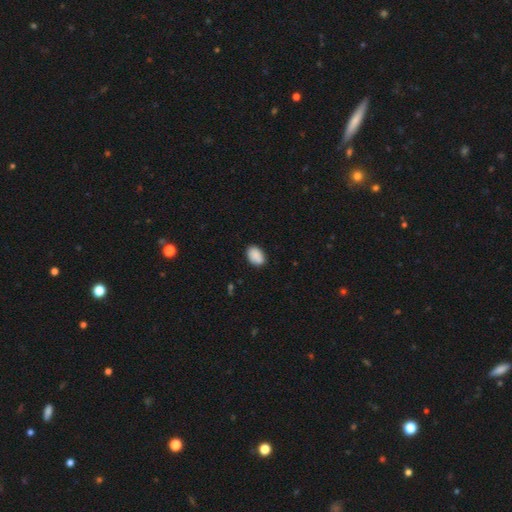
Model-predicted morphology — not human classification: A smooth galaxy with no disk features (89%) that is in between round and cigar-shaped (86%).

Vote fractions:
- Smooth or featured? smooth: 89% / star or artifact: 7% / featured or disk: 4%
- How rounded? in between: 86% / round: 13% / cigar-shaped: 1%
- Merging? none: 82% / minor disturbance: 14% / major disturbance: 2% / merger: 2%